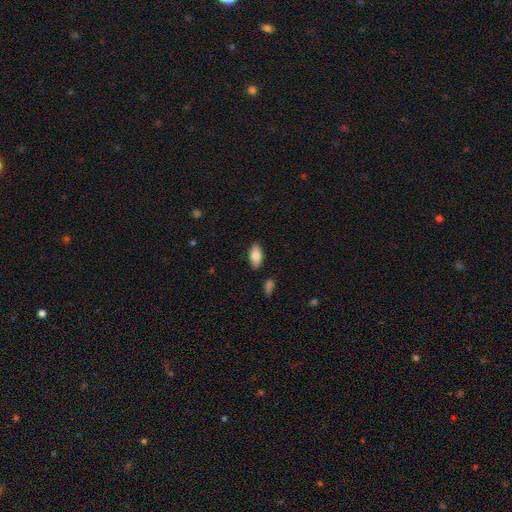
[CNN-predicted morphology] This appears to be a smooth galaxy with no disk features (82%) that is in between round and cigar-shaped (90%). Merging: none (86%).